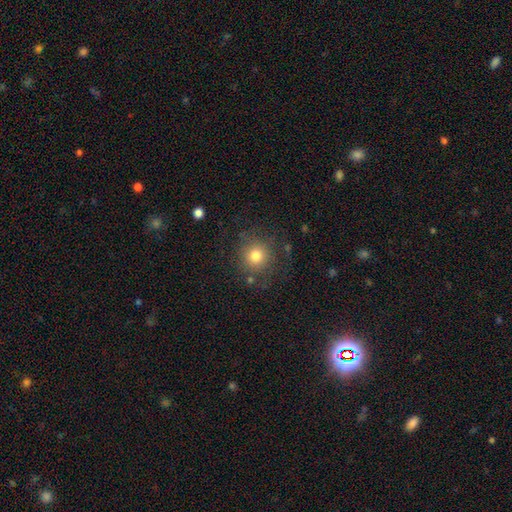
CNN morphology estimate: smooth 77%, star or artifact 13%, featured or disk 9%. Down the decision tree: how rounded — round (92%); merging — none (82%).